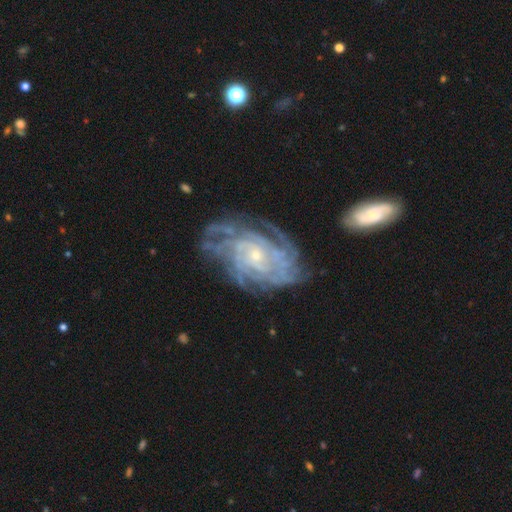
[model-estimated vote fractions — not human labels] This is clearly a featured or disk galaxy (89%). It is clearly not viewed edge-on (97%). Bar: likely no (68%). Spiral arm pattern: clearly yes (97%). Spiral arm count: marginally can't tell (28%). Spiral winding: likely tight (73%). Central bulge: clearly small (81%). Merging: likely none (64%).